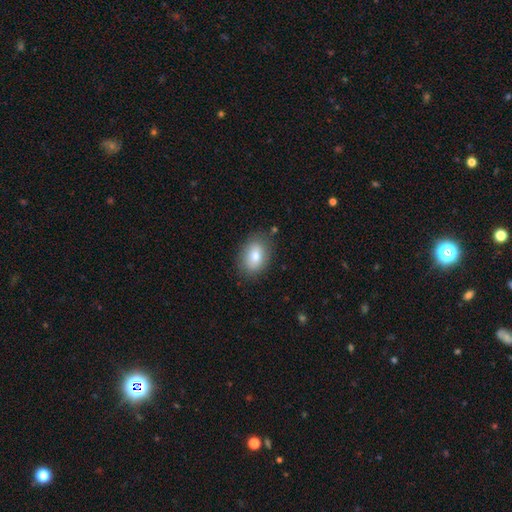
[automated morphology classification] Smooth or featured? Predicted: smooth (p=0.78). How rounded? Predicted: in between (p=0.79). Merging? Predicted: none (p=0.81).